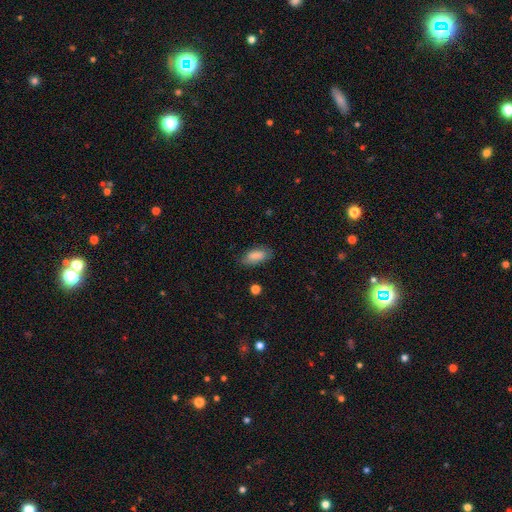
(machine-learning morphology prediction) Overall: smooth (83%). How rounded: in between (86%). Merging: none (75%).